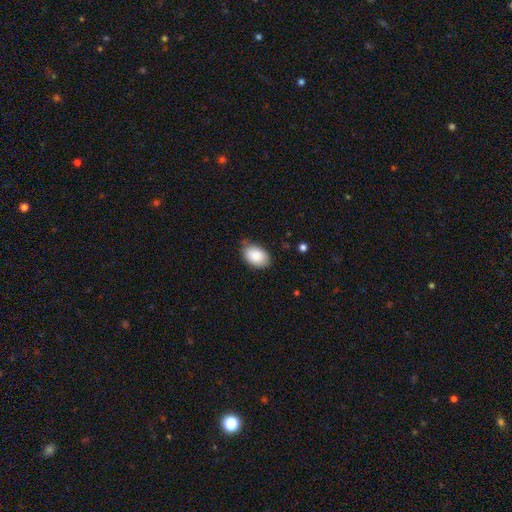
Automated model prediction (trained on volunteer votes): smooth_or_featured: smooth (p=0.89) [alt: star or artifact p=0.06]
how_rounded: in between (p=0.88) [alt: round p=0.11]
merging: none (p=0.75) [alt: minor disturbance p=0.20]